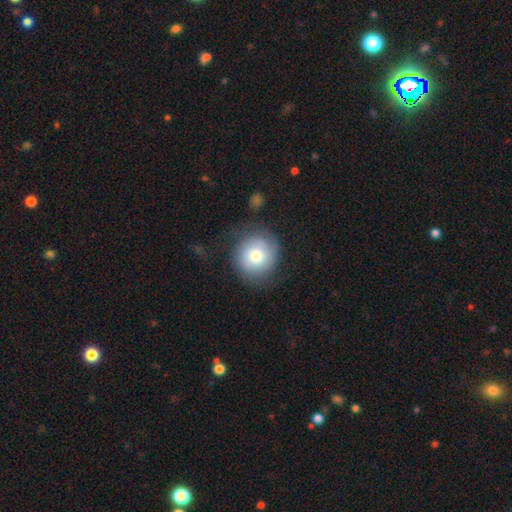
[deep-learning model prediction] Q: Smooth or featured?
A: smooth (68%); runner-up: featured or disk (24%)
Q: How rounded?
A: round (90%); runner-up: in between (9%)
Q: Merging?
A: none (70%); runner-up: minor disturbance (19%)